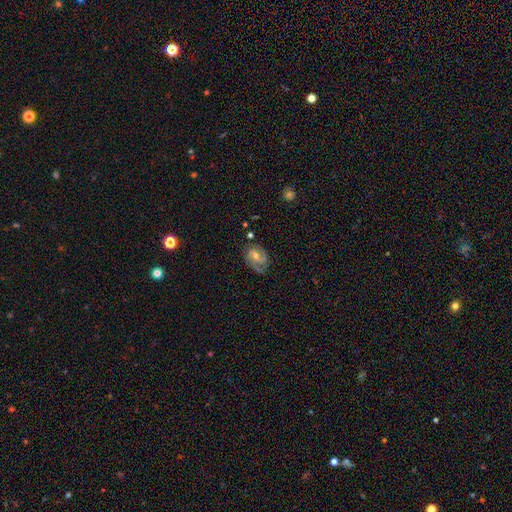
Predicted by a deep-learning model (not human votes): Overall: featured or disk (64%). Edge-on disk: no (97%). Bar: no (45%, tied with weak). Spiral arms: yes (89%). Spiral arm count: 2 (57%; can't tell 21%). Spiral winding: tight (44%; medium 42%). Bulge size: moderate (50%; small 41%). Merging: none (72%).